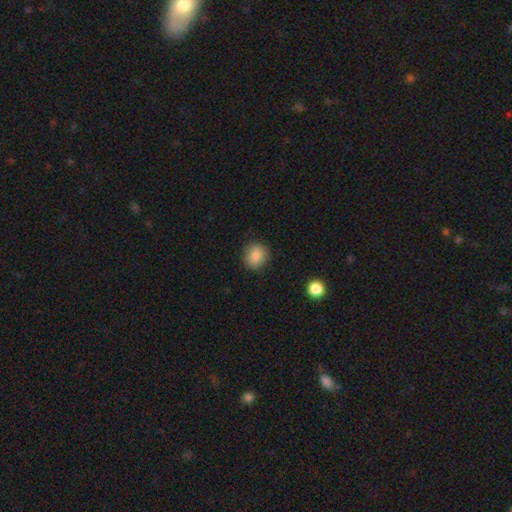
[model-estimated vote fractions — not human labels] Smooth or featured? Predicted: smooth (p=0.86). How rounded? Predicted: round (p=0.82). Merging? Predicted: none (p=0.88).